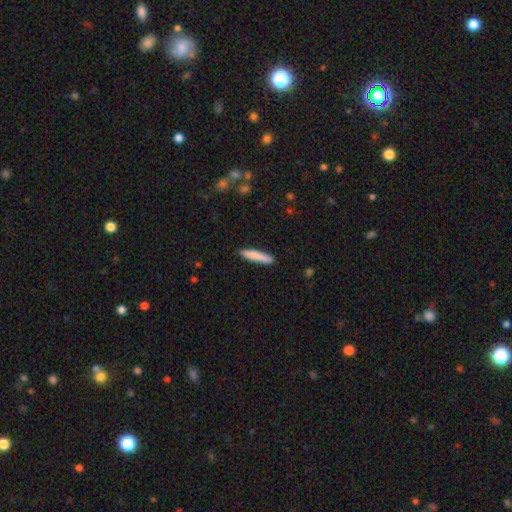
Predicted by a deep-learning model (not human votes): Smooth or featured?
  - smooth: 82% *
  - featured or disk: 12%
  - star or artifact: 6%
How rounded?
  - cigar-shaped: 90% *
  - in between: 9%
  - round: 1%
Merging?
  - none: 88% *
  - minor disturbance: 9%
  - major disturbance: 2%
  - merger: 1%